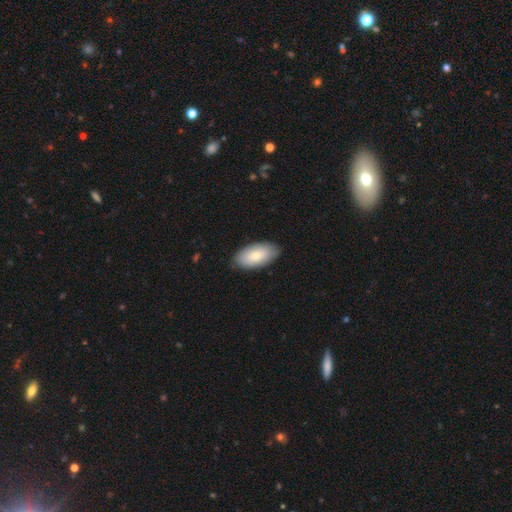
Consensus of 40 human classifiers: This appears to be a smooth galaxy with no disk features (75%) that is in between round and cigar-shaped (97%). Merging: none (92%).